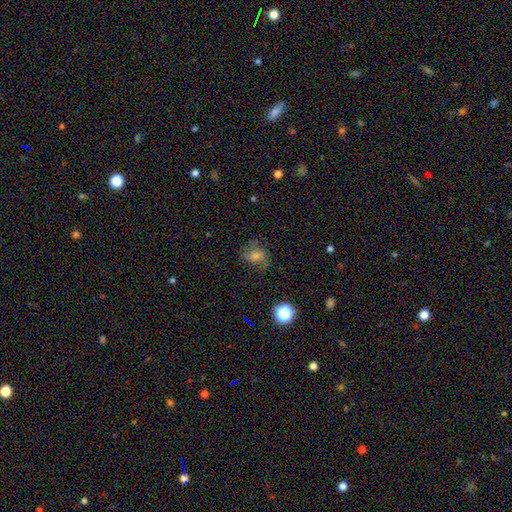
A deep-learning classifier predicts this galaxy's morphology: smooth_or_featured: featured or disk (p=0.49) [alt: smooth p=0.32]
merging: none (p=0.65) [alt: minor disturbance p=0.20]